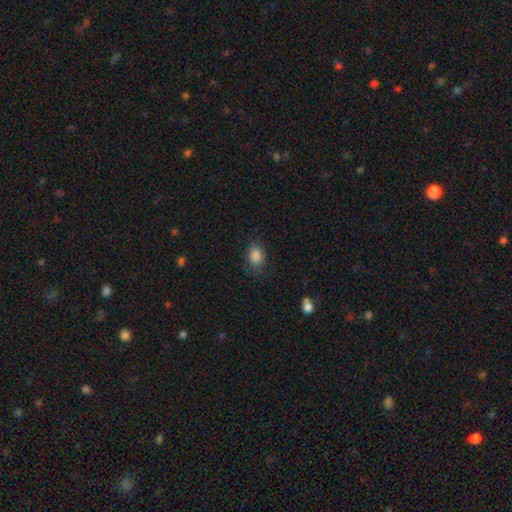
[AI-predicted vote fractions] This appears to be a smooth galaxy with no disk features (86%) that is in between round and cigar-shaped (61%). Merging: none (78%).